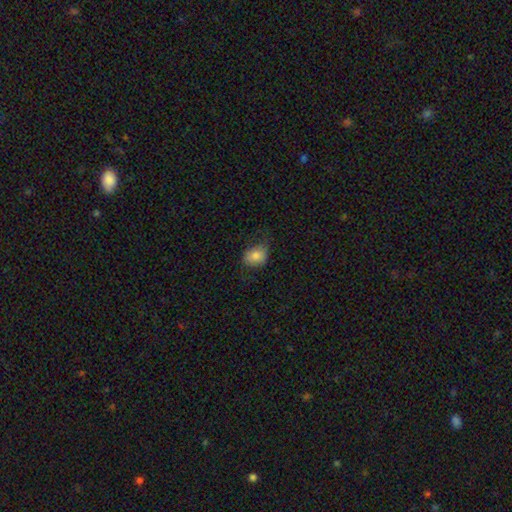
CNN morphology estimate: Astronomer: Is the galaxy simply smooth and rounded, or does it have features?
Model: smooth — 81%.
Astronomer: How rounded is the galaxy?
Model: in between — 59% (runner-up: round, 40%).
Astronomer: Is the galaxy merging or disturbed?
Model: none — 62%.